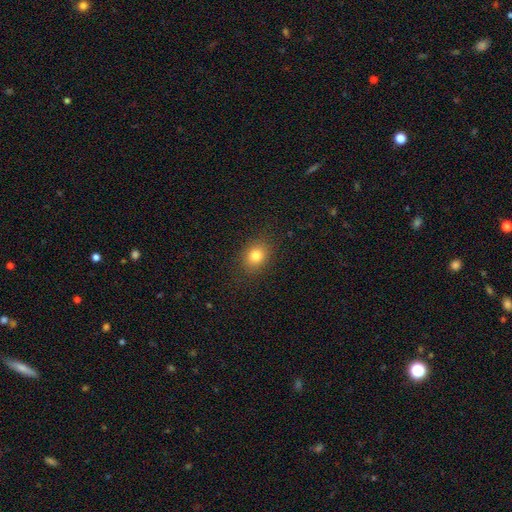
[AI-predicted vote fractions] Smooth or featured?
  - smooth: 80% *
  - star or artifact: 12%
  - featured or disk: 8%
How rounded?
  - in between: 51% *
  - round: 48%
  - cigar-shaped: 1%
Merging?
  - none: 87% *
  - minor disturbance: 9%
  - major disturbance: 3%
  - merger: 1%